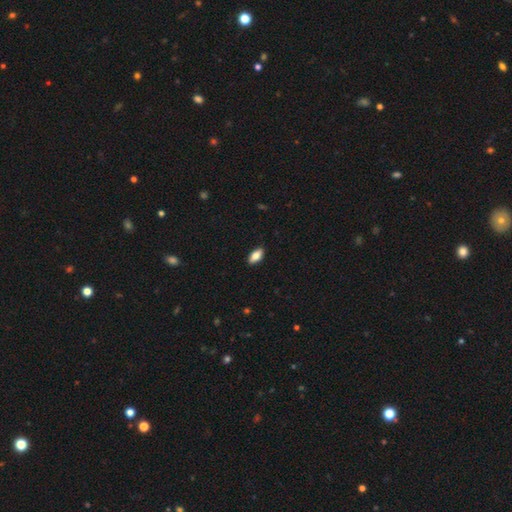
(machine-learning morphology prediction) Smooth or featured? Predicted: smooth (p=0.82). How rounded? Predicted: in between (p=0.90). Merging? Predicted: none (p=0.89).